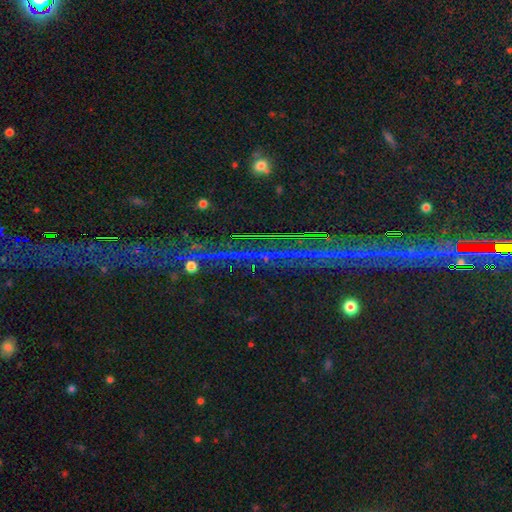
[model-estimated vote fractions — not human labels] star or artifact 85%, featured or disk 8%, smooth 7%.